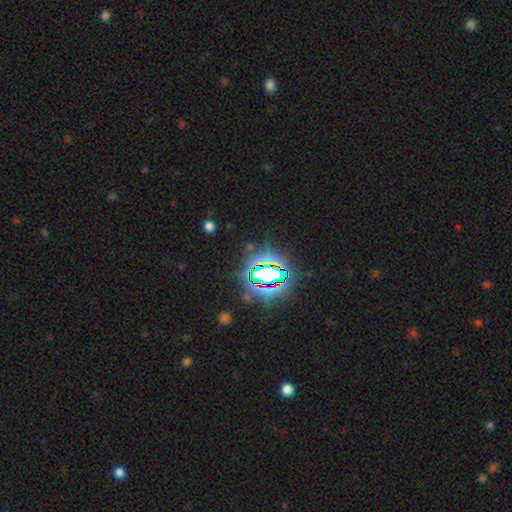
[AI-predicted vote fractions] A star or artifact, not a galaxy (82%).